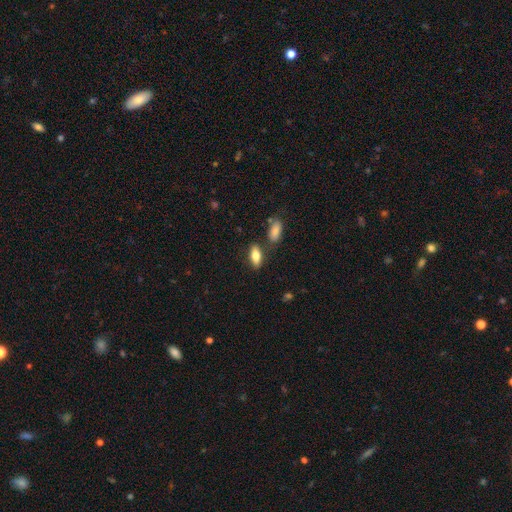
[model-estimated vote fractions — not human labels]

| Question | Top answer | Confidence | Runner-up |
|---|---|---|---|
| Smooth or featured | smooth | 77% | featured or disk (16%) |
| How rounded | in between | 82% | cigar-shaped (14%) |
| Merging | none | 77% | minor disturbance (12%) |